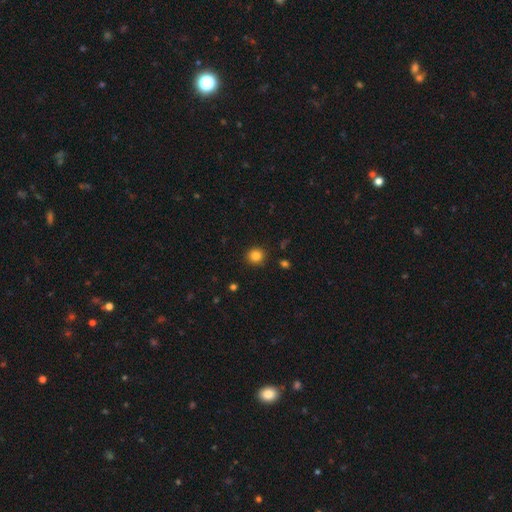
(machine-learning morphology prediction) Smooth or featured: smooth — 84% (star or artifact — 12%)
How rounded: round — 90% (in between — 9%)
Merging: none — 89% (minor disturbance — 7%)